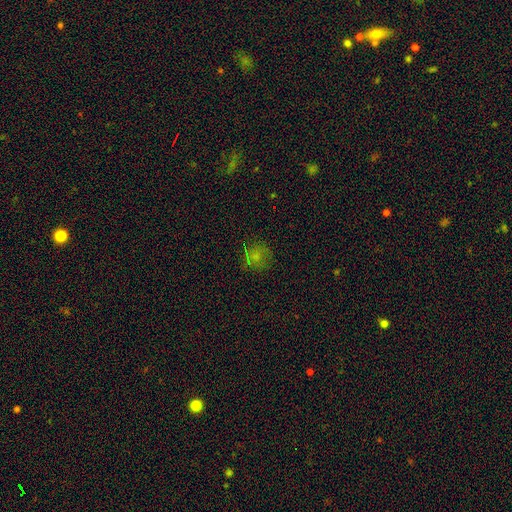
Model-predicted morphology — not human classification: Smooth or featured? smooth (56%)
How rounded? round (88%)
Merging? none (76%)